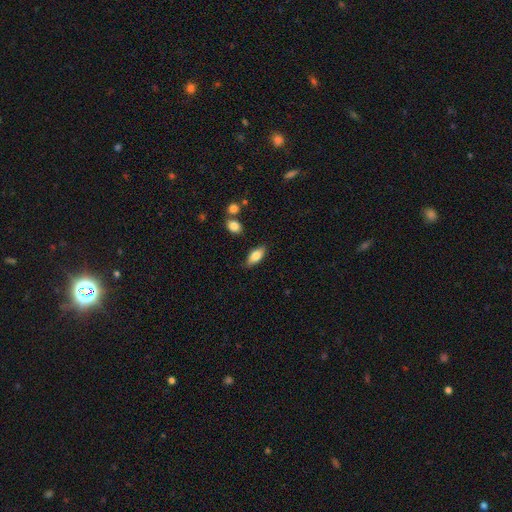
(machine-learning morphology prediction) smooth-or-featured: smooth: 79% | featured or disk: 14% | star or artifact: 7%
  how-rounded: in between: 85% | cigar-shaped: 12% | round: 3%
  merging: none: 82% | minor disturbance: 13% | major disturbance: 3% | merger: 3%